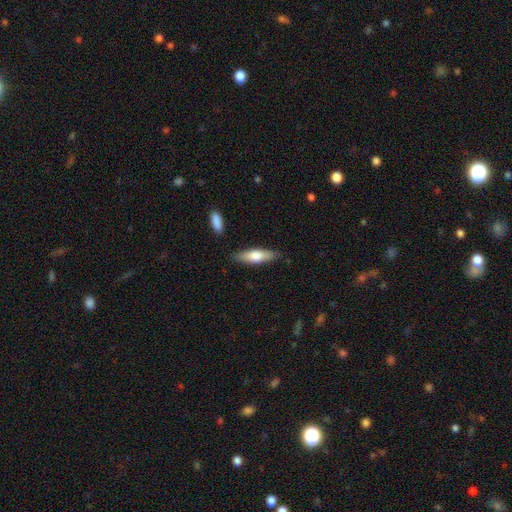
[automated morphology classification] A smooth galaxy with no disk features (64%) that is cigar-shaped (57%). Merging: none (84%).